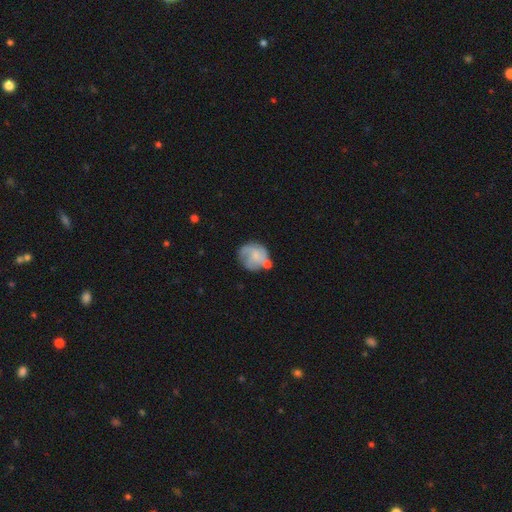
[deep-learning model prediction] This appears to be a featured or disk galaxy (51%) with no bar (73%), spiral arms (77%) and a small central bulge (48%). Merging: none (55%).